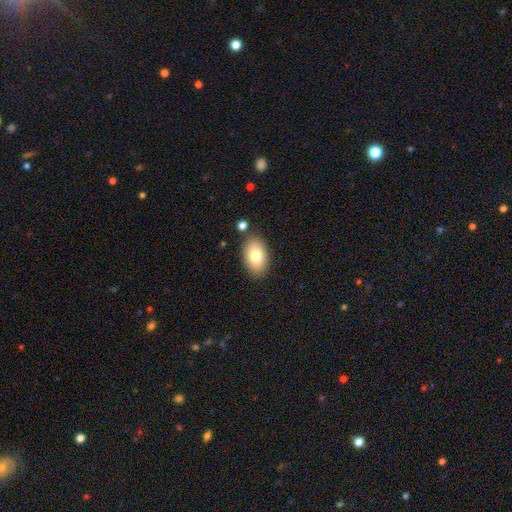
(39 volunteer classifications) This is clearly a smooth galaxy (82%). How rounded: clearly in between (94%). Merging: clearly none (86%).